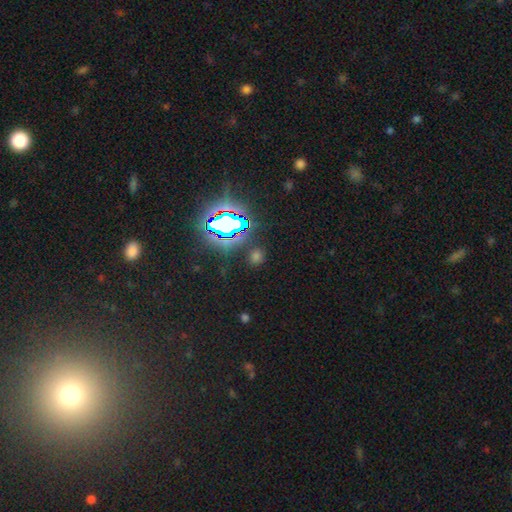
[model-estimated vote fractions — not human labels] This is possibly a star or artifact rather than a galaxy (48%).